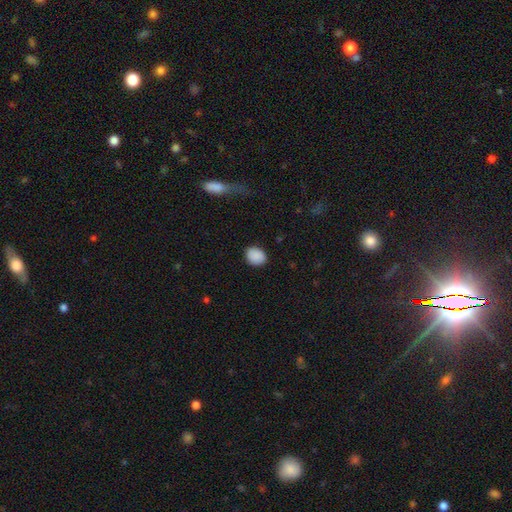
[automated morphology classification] type=smooth (89%); roundness=round (53%); merging=none (85%).